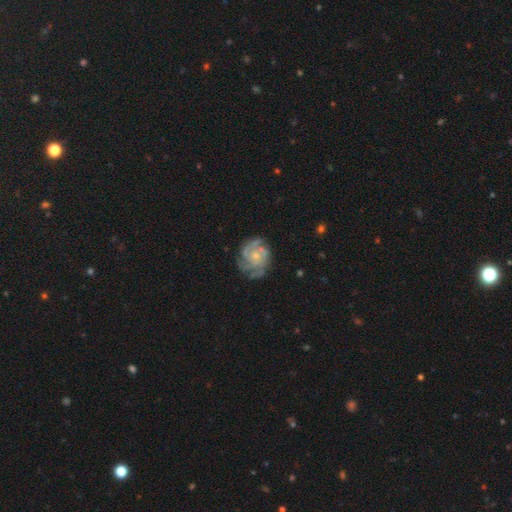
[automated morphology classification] featured or disk 83%, smooth 11%, star or artifact 6%. Down the decision tree: edge-on disk — no (98%); bar — no (77%); spiral arms — yes (94%); spiral arm count — 3 (28%); spiral winding — tight (61%); bulge size — small (59%); merging — none (69%).